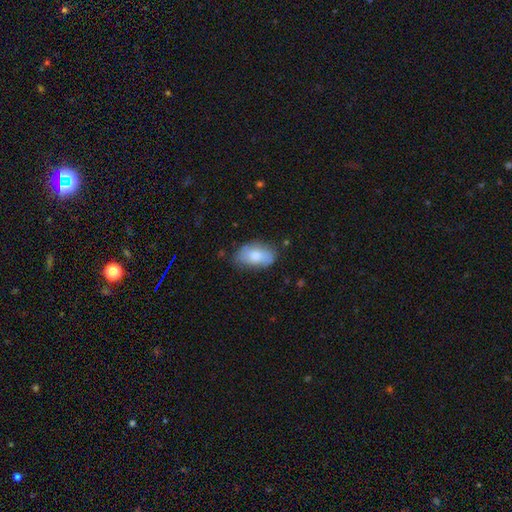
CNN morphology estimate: Smooth or featured?
  - smooth: 73% *
  - featured or disk: 20%
  - star or artifact: 6%
How rounded?
  - in between: 92% *
  - round: 6%
  - cigar-shaped: 2%
Merging?
  - none: 70% *
  - minor disturbance: 23%
  - major disturbance: 5%
  - merger: 2%